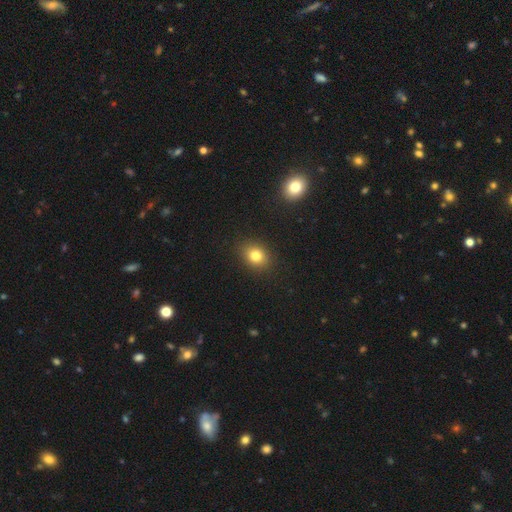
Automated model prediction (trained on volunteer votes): Morphology: type=smooth (81%); roundness=round (51%); merging=none (88%).